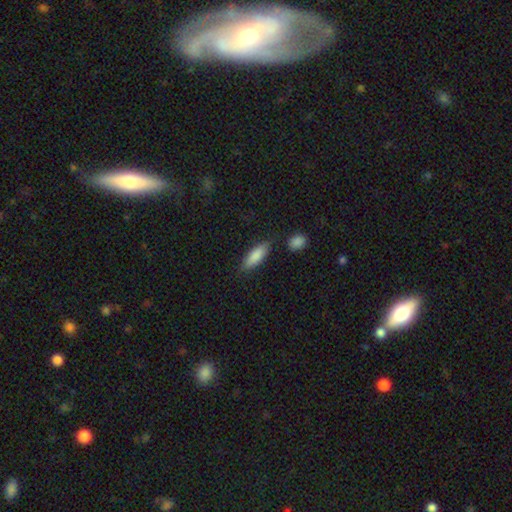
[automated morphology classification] Smooth or featured? smooth (85%)
How rounded? in between (59%)
Merging? none (77%)